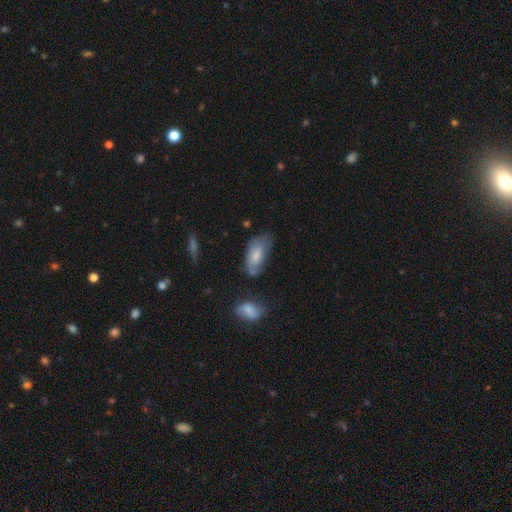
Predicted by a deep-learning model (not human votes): Smooth or featured: smooth — 65% (featured or disk — 28%)
How rounded: in between — 89% (cigar-shaped — 9%)
Merging: none — 48% (minor disturbance — 33%)